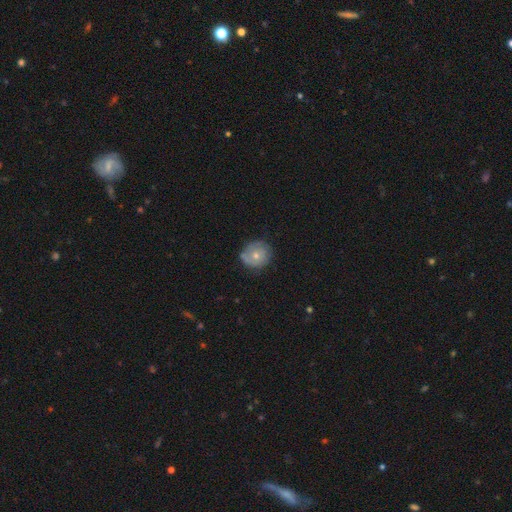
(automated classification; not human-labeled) Overall: smooth (54%; featured or disk 38%). How rounded: round (86%). Merging: none (68%).